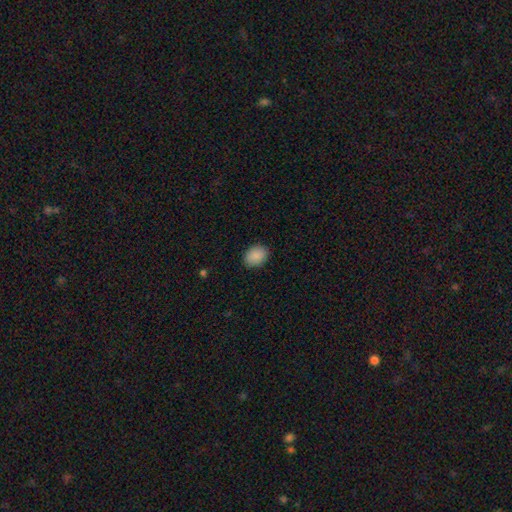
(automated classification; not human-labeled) Smooth or featured: smooth — 89% (star or artifact — 7%)
How rounded: in between — 65% (round — 34%)
Merging: none — 88% (minor disturbance — 9%)